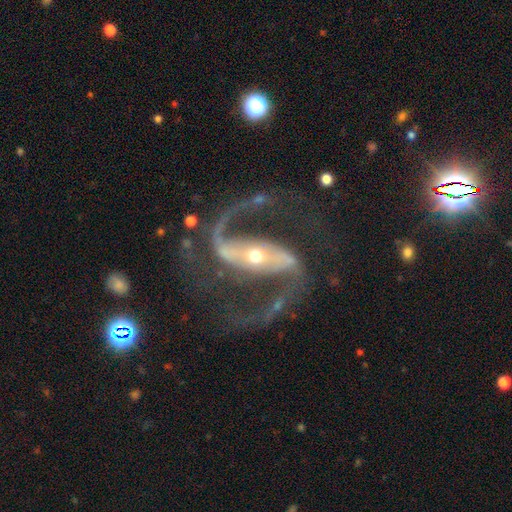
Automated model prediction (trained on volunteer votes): Smooth or featured? featured or disk (93%)
Edge-on disk? no (97%)
Bar? strong (65%)
Spiral arms? yes (98%)
Spiral winding? loose (51%)
Spiral arm count? 2 (94%)
Bulge size? moderate (49%)
Merging? none (72%)